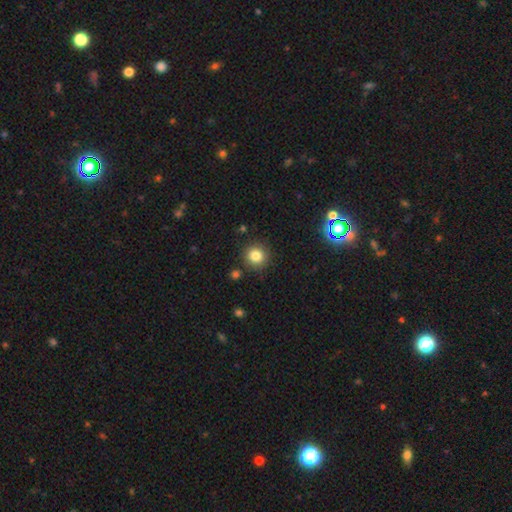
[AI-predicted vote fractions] The model was most divided on "smooth or featured": smooth: 82%, star or artifact: 12%, featured or disk: 6%. More confident: how rounded — round (91%); merging — none (88%).